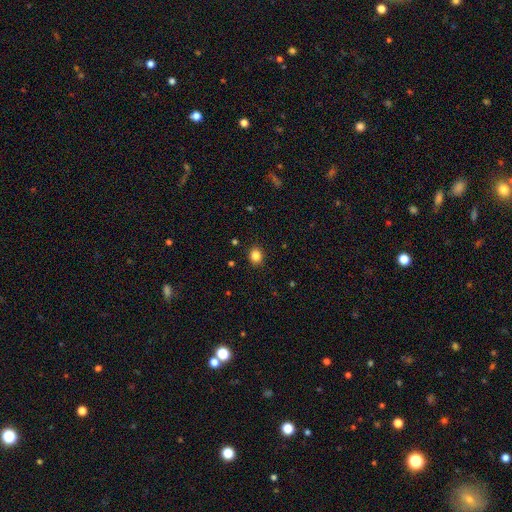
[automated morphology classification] A smooth galaxy with no disk features (84%) that is round (64%). Merging: none (89%).